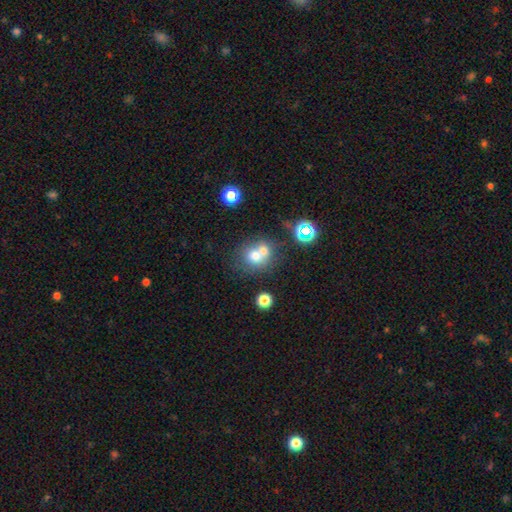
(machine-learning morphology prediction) smooth-or-featured: smooth: 67% | featured or disk: 19% | star or artifact: 14%
  how-rounded: round: 76% | in between: 24% | cigar-shaped: 1%
  merging: merger: 55% | none: 34% | minor disturbance: 7% | major disturbance: 4%